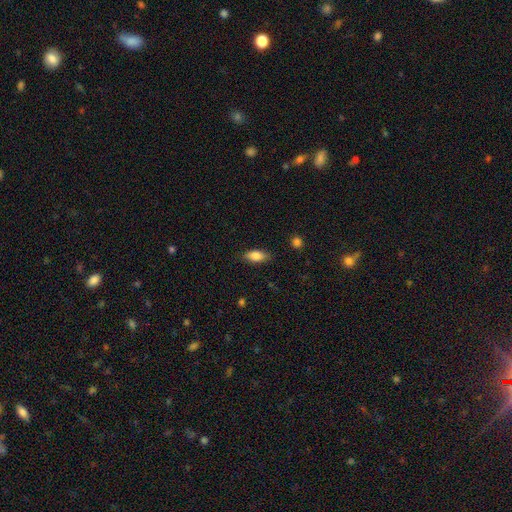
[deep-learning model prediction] Smooth or featured? Predicted: smooth (p=0.81). How rounded? Predicted: in between (p=0.83). Merging? Predicted: none (p=0.83).